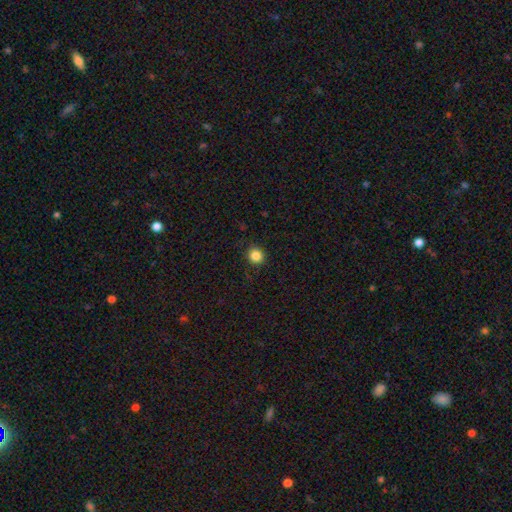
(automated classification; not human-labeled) Smooth or featured? smooth (85%)
How rounded? round (91%)
Merging? none (90%)